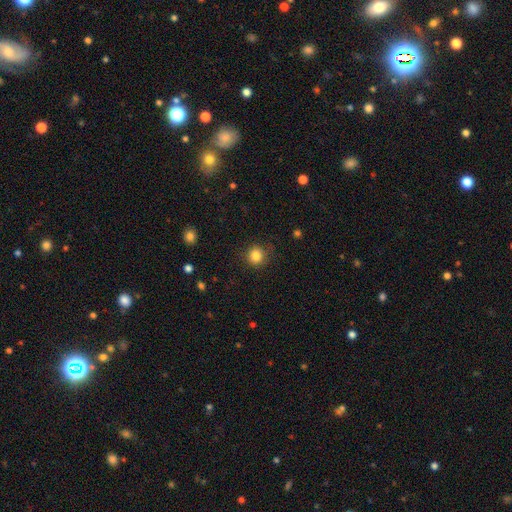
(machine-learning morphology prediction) Overall: smooth (84%). How rounded: round (92%). Merging: none (86%).